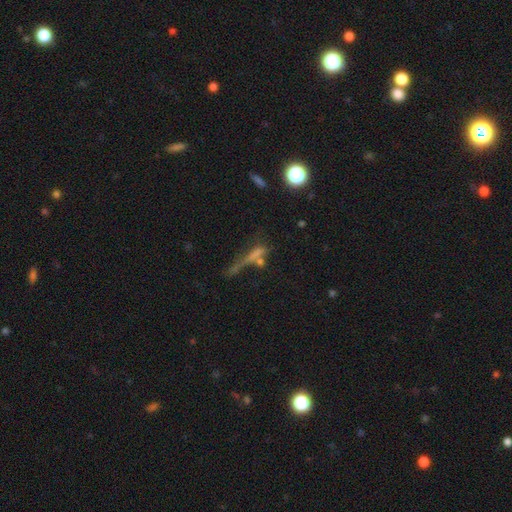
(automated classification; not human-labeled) A smooth galaxy with no disk features (51%) that is cigar-shaped (66%). Merging: none (37%).